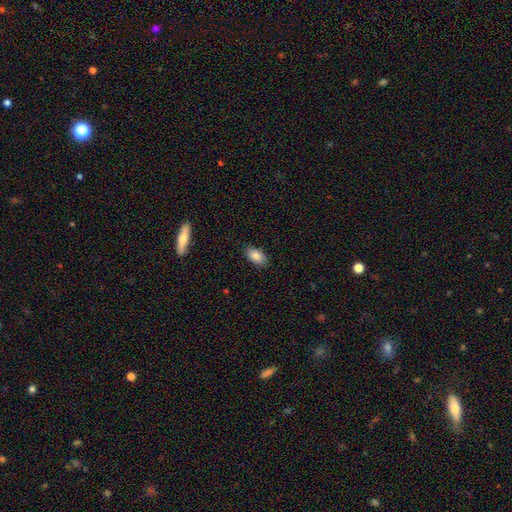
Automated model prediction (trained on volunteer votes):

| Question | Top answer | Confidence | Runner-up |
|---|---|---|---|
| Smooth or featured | smooth | 85% | featured or disk (8%) |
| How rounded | in between | 93% | round (4%) |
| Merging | none | 88% | minor disturbance (9%) |